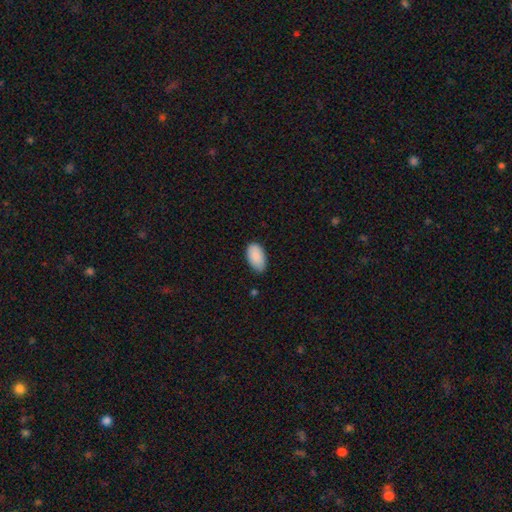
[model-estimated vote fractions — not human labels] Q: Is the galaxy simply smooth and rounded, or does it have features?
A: smooth — 89%.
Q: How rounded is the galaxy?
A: in between — 95%.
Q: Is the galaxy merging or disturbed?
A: none — 74%.